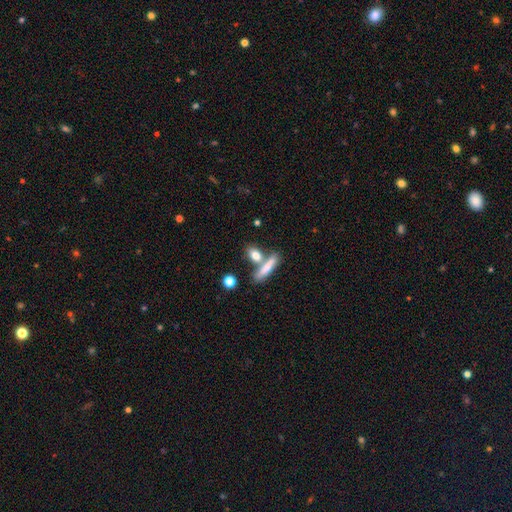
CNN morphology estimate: This is likely a smooth galaxy (76%). How rounded: possibly in between (51%). Merging: possibly none (51%).